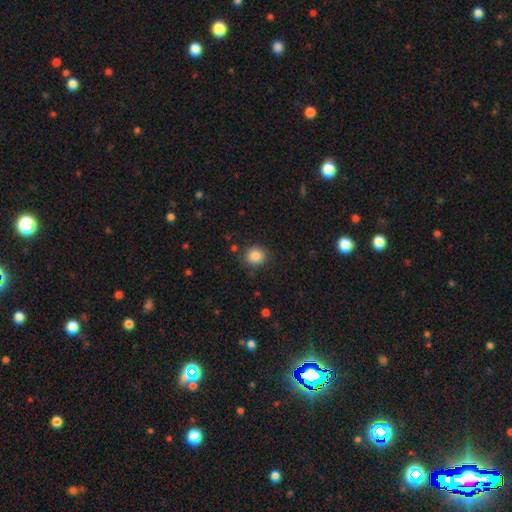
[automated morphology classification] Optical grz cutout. It shows a smooth galaxy with no disk features (86%) that is round (86%). Merging: none (87%).